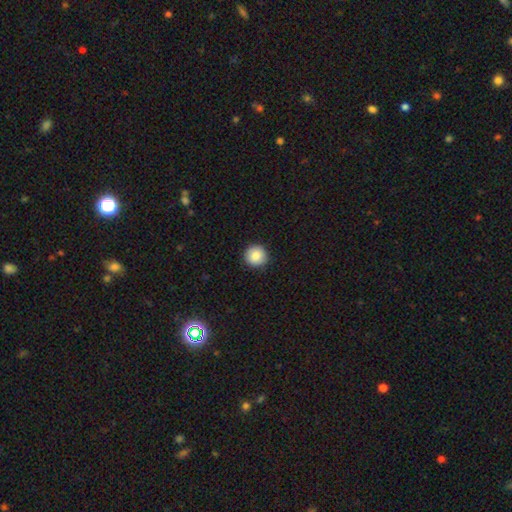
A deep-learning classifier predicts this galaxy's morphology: Q: Smooth or featured?
A: smooth (87%); runner-up: star or artifact (8%)
Q: How rounded?
A: round (95%); runner-up: in between (4%)
Q: Merging?
A: none (92%); runner-up: minor disturbance (6%)